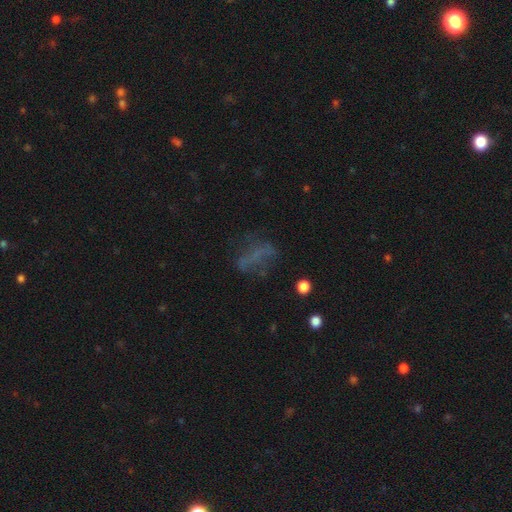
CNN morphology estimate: Smooth or featured?
  - smooth: 40% *
  - featured or disk: 36%
  - star or artifact: 25%
Merging?
  - none: 51% *
  - major disturbance: 25%
  - minor disturbance: 20%
  - merger: 4%